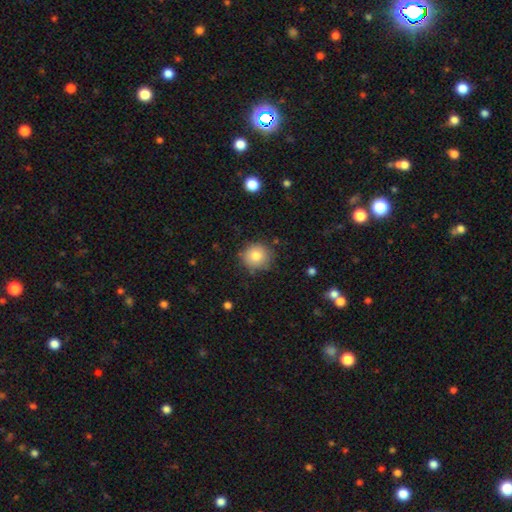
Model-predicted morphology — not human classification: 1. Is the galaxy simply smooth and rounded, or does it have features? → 81% smooth, 10% star or artifact, 9% featured or disk.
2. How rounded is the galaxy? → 91% round, 8% in between, 1% cigar-shaped.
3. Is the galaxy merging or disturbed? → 83% none, 12% minor disturbance, 3% major disturbance, 2% merger.